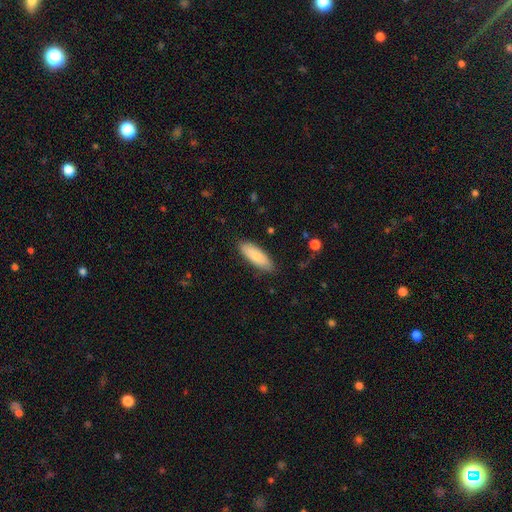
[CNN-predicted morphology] Q: Smooth or featured?
A: smooth (81%); runner-up: featured or disk (13%)
Q: How rounded?
A: in between (66%); runner-up: cigar-shaped (32%)
Q: Merging?
A: none (84%); runner-up: minor disturbance (12%)